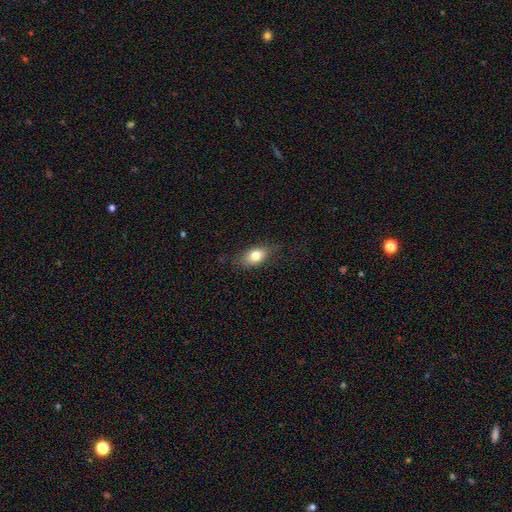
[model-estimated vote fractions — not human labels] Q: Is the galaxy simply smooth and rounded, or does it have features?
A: smooth — 78%.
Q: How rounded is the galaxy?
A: in between — 82%.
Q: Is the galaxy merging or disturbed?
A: none — 76%.